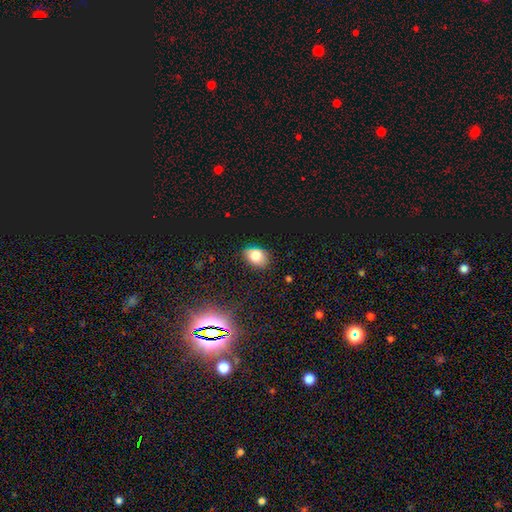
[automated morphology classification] This appears to be a smooth galaxy with no disk features (76%) that is in between round and cigar-shaped (71%). Merging: none (80%).